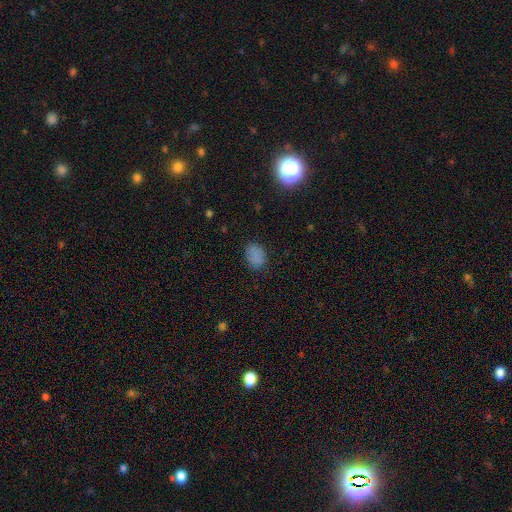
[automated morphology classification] Q: Smooth or featured?
A: smooth (79%); runner-up: star or artifact (15%)
Q: How rounded?
A: in between (69%); runner-up: round (30%)
Q: Merging?
A: none (80%); runner-up: minor disturbance (14%)